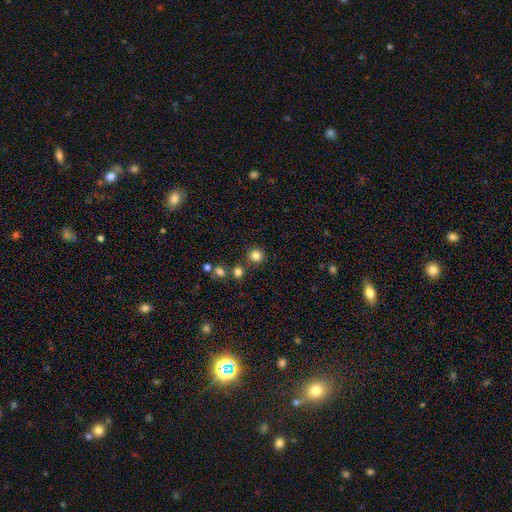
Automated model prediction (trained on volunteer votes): smooth-or-featured: smooth: 81% | star or artifact: 13% | featured or disk: 5%
  how-rounded: round: 94% | in between: 5% | cigar-shaped: 1%
  merging: none: 82% | merger: 8% | minor disturbance: 7% | major disturbance: 3%